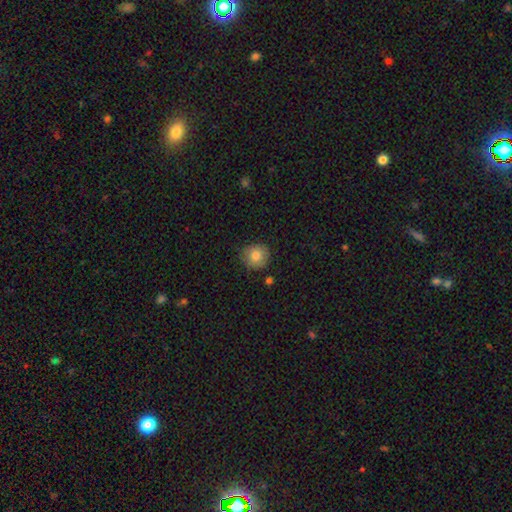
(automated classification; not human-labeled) smooth-or-featured: smooth: 82% | featured or disk: 9% | star or artifact: 9%
  how-rounded: round: 88% | in between: 12% | cigar-shaped: 1%
  merging: none: 78% | minor disturbance: 17% | major disturbance: 3% | merger: 2%